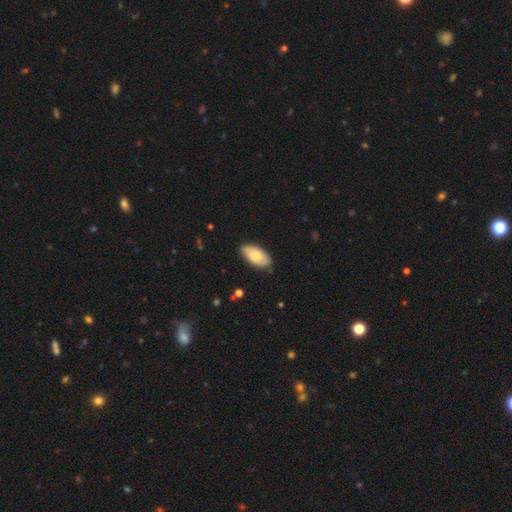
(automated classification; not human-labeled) A smooth galaxy with no disk features (71%) that is in between round and cigar-shaped (94%).

Vote fractions:
- Smooth or featured? smooth: 71% / featured or disk: 23% / star or artifact: 6%
- How rounded? in between: 94% / cigar-shaped: 4% / round: 2%
- Merging? none: 81% / minor disturbance: 15% / major disturbance: 2% / merger: 1%